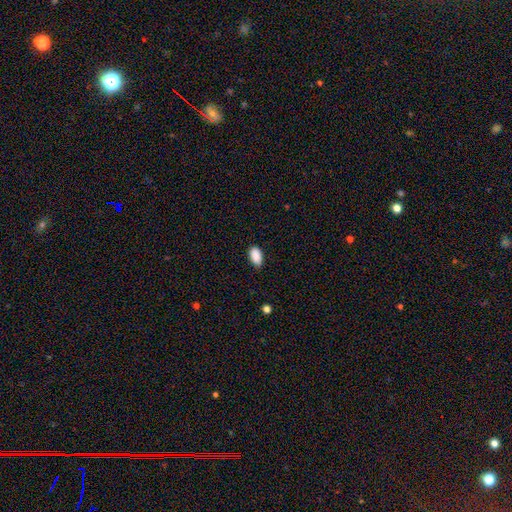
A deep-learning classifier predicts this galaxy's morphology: Q: Smooth or featured?
A: smooth (90%); runner-up: star or artifact (7%)
Q: How rounded?
A: in between (94%); runner-up: round (4%)
Q: Merging?
A: none (84%); runner-up: minor disturbance (13%)